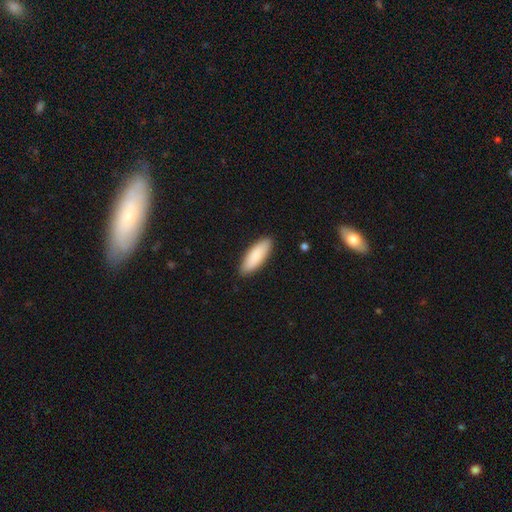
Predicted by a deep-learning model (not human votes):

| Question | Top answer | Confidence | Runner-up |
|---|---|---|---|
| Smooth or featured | smooth | 88% | featured or disk (7%) |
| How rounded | in between | 61% | cigar-shaped (37%) |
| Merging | none | 89% | minor disturbance (8%) |